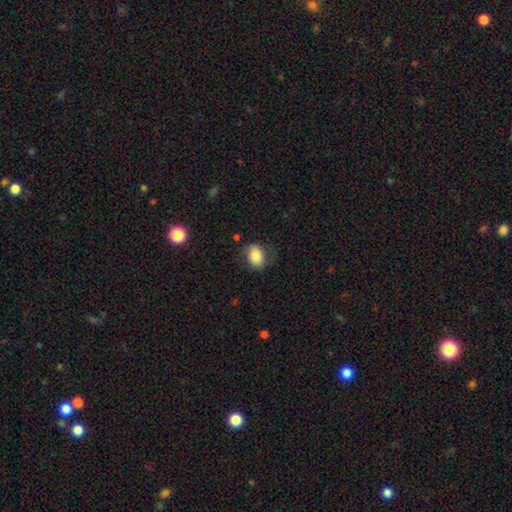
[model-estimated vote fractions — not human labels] Smooth or featured? Predicted: smooth (p=0.80). How rounded? Predicted: in between (p=0.74). Merging? Predicted: none (p=0.68).